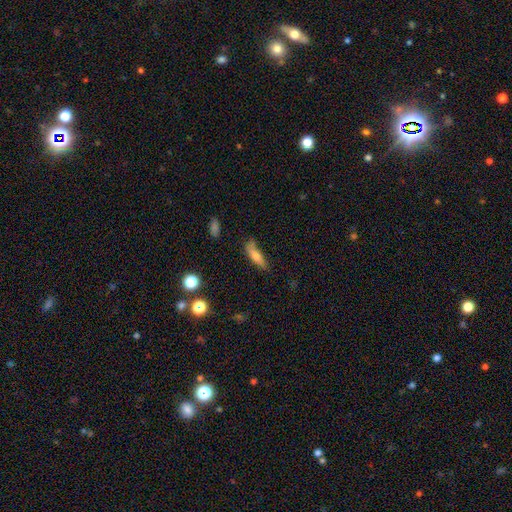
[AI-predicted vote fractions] Q: Smooth or featured?
A: smooth (70%); runner-up: featured or disk (22%)
Q: How rounded?
A: cigar-shaped (59%); runner-up: in between (38%)
Q: Merging?
A: none (62%); runner-up: minor disturbance (27%)